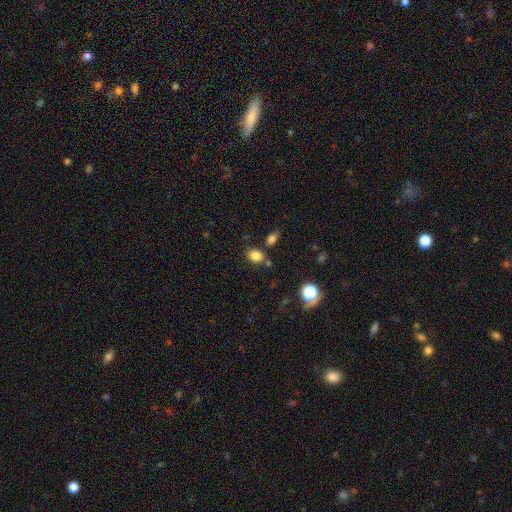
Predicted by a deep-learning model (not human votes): Morphology: type=smooth (82%); roundness=in between (59%); merging=none (71%).